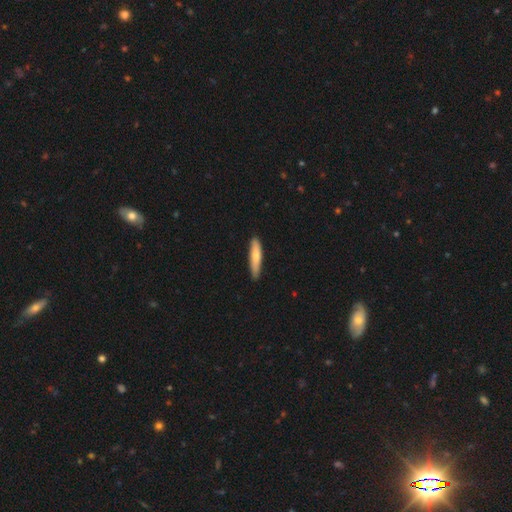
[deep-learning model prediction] smooth-or-featured: smooth: 74% | featured or disk: 21% | star or artifact: 5%
  how-rounded: cigar-shaped: 84% | in between: 14% | round: 1%
  merging: none: 87% | minor disturbance: 11% | major disturbance: 2% | merger: 1%